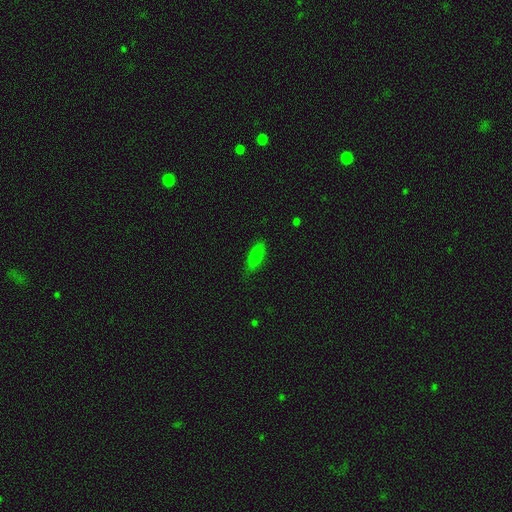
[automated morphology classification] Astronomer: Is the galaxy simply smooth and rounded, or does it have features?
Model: smooth — 82%.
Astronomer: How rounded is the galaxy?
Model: in between — 71%.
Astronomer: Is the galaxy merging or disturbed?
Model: none — 80%.